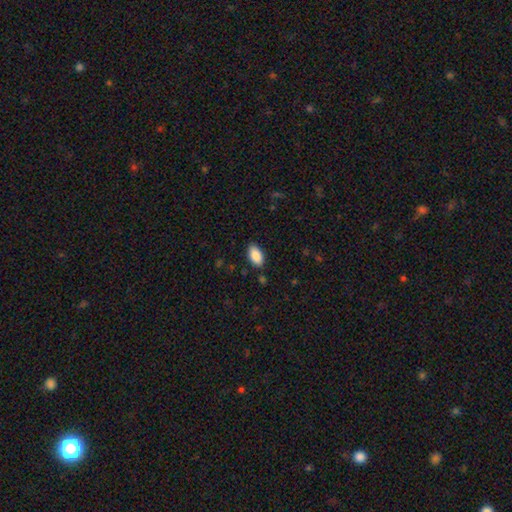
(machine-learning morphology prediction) smooth-or-featured: smooth: 89% | star or artifact: 7% | featured or disk: 5%
  how-rounded: in between: 94% | round: 3% | cigar-shaped: 3%
  merging: none: 86% | minor disturbance: 10% | major disturbance: 2% | merger: 1%